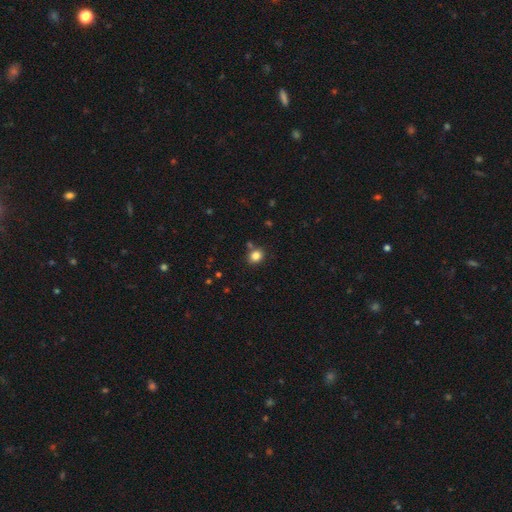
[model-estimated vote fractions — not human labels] A smooth galaxy with no disk features (84%) that is round (63%). Merging: none (79%).